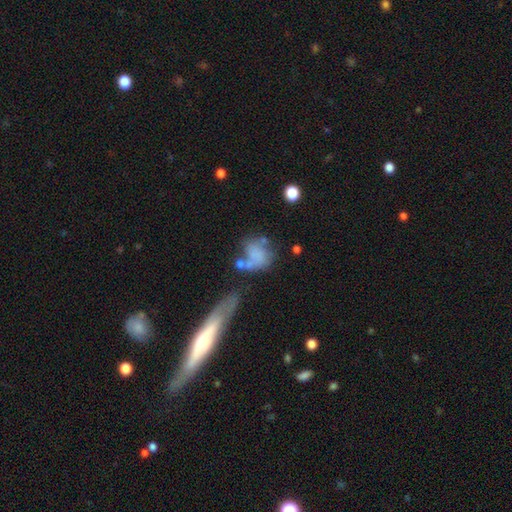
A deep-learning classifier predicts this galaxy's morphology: smooth_or_featured: smooth (p=0.60) [alt: featured or disk p=0.29]
how_rounded: in between (p=0.55) [alt: round p=0.42]
merging: none (p=0.29) [alt: merger p=0.26]